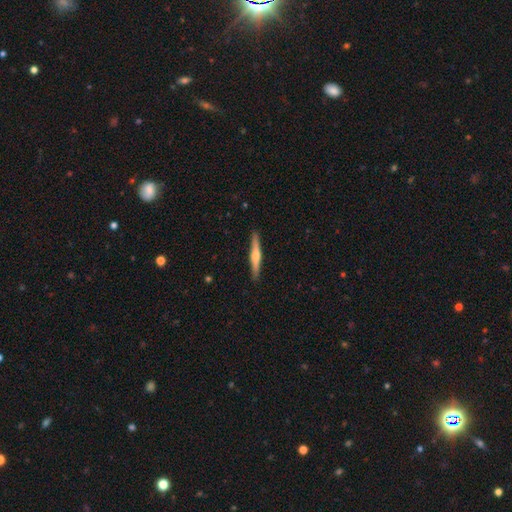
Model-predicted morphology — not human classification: A featured or disk galaxy (58%) viewed edge-on (98%) with a rounded central bulge (81%). Merging: none (91%).